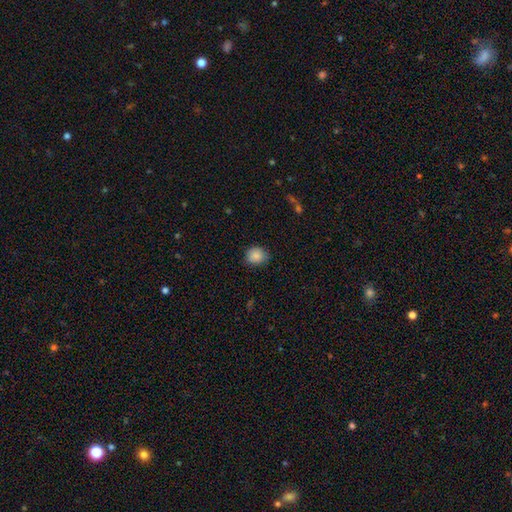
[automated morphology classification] Smooth or featured? smooth (86%)
How rounded? round (69%)
Merging? none (81%)